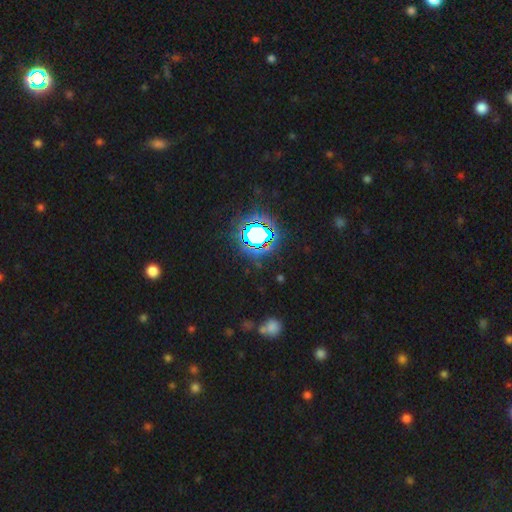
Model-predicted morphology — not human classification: A star or artifact, not a galaxy (80%).